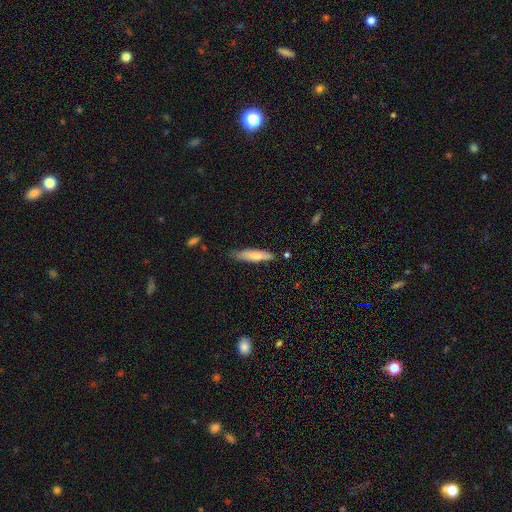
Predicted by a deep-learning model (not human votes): smooth 72%, featured or disk 22%, star or artifact 6%. Down the decision tree: how rounded — cigar-shaped (78%); merging — none (75%).